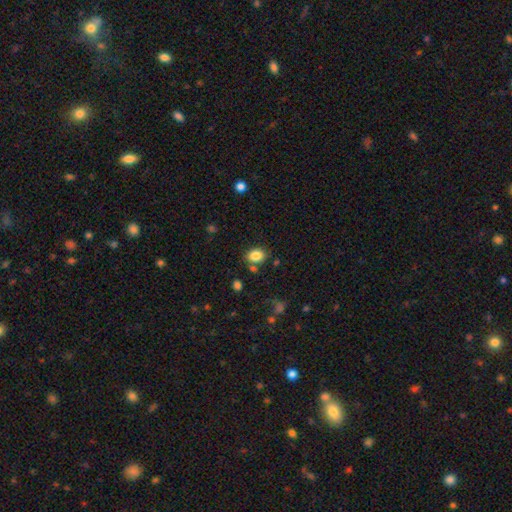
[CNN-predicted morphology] This is clearly a smooth galaxy (85%). How rounded: likely in between (63%). Merging: likely none (77%).